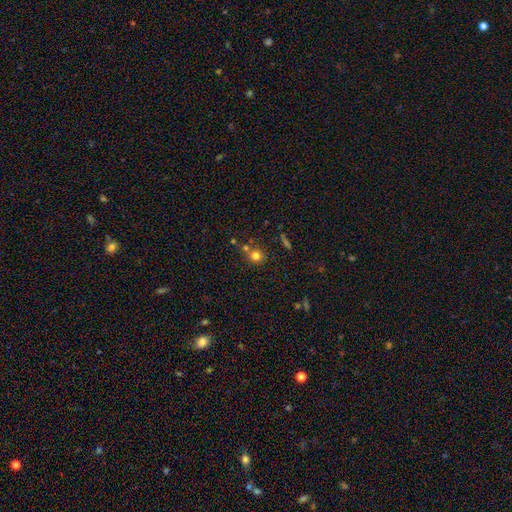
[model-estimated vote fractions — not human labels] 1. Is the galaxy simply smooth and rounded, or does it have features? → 77% smooth, 15% star or artifact, 9% featured or disk.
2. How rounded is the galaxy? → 87% round, 12% in between, 1% cigar-shaped.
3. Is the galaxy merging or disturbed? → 65% none, 21% merger, 10% minor disturbance, 4% major disturbance.